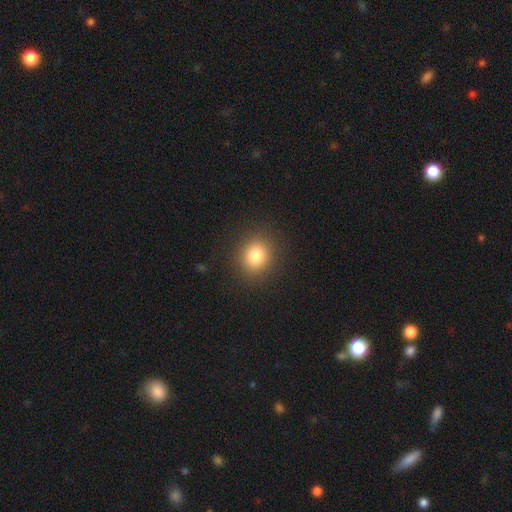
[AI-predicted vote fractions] Smooth or featured?
  - smooth: 82% *
  - star or artifact: 12%
  - featured or disk: 7%
How rounded?
  - round: 74% *
  - in between: 25%
  - cigar-shaped: 1%
Merging?
  - none: 89% *
  - minor disturbance: 7%
  - major disturbance: 3%
  - merger: 1%